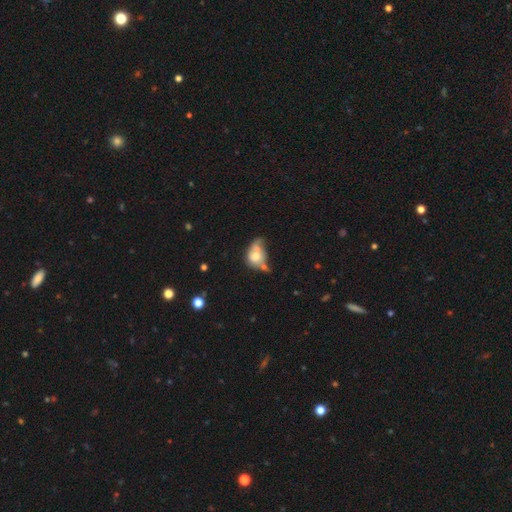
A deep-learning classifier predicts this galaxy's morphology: Smooth or featured? Predicted: smooth (p=0.58). How rounded? Predicted: in between (p=0.67). Merging? Predicted: minor disturbance (p=0.27, tied with merger).